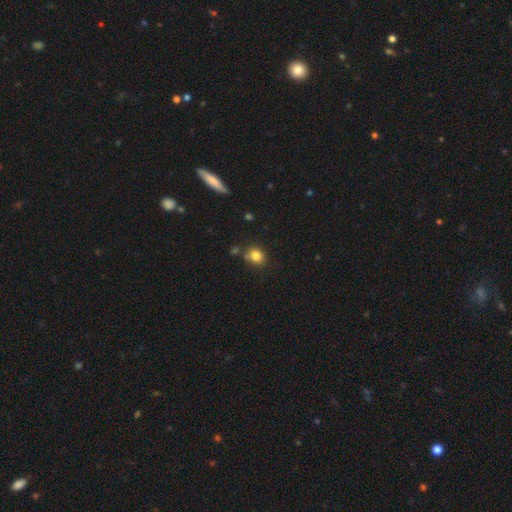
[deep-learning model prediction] smooth_or_featured: smooth (p=0.82) [alt: star or artifact p=0.11]
how_rounded: round (p=0.70) [alt: in between p=0.29]
merging: none (p=0.75) [alt: minor disturbance p=0.12]